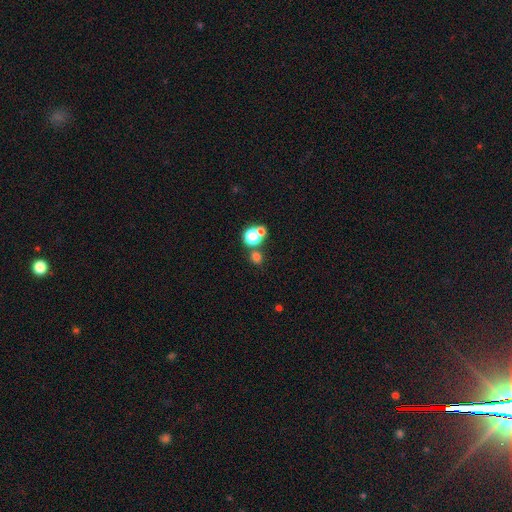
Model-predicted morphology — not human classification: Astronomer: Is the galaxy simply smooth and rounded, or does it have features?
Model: smooth — 52% (runner-up: star or artifact, 40%).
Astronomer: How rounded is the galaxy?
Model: round — 88%.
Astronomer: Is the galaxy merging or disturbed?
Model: none — 68%.